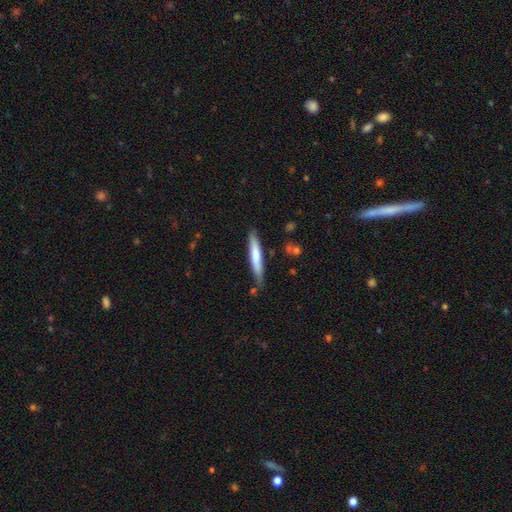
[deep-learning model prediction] Smooth or featured?
  - smooth: 66% *
  - featured or disk: 29%
  - star or artifact: 6%
How rounded?
  - cigar-shaped: 92% *
  - in between: 7%
  - round: 1%
Merging?
  - none: 77% *
  - minor disturbance: 17%
  - merger: 3%
  - major disturbance: 3%